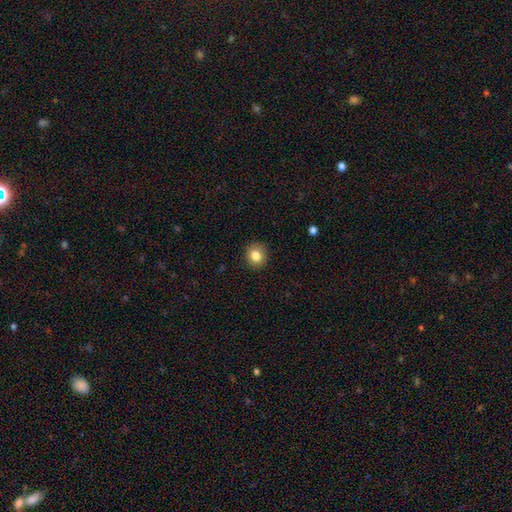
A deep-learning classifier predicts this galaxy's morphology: This appears to be a smooth galaxy with no disk features (83%) that is round (84%). Merging: none (90%).